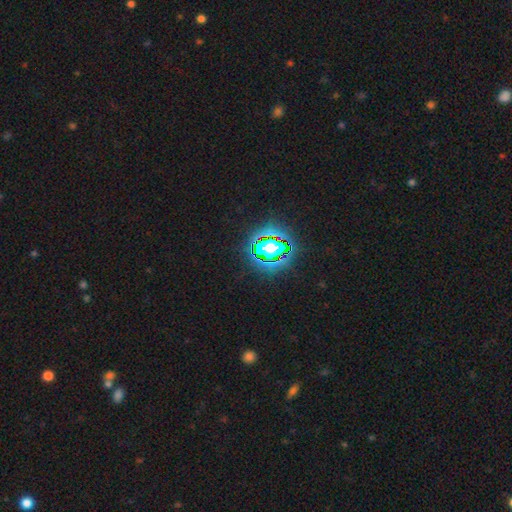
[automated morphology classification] star or artifact 83%, smooth 11%, featured or disk 6%.